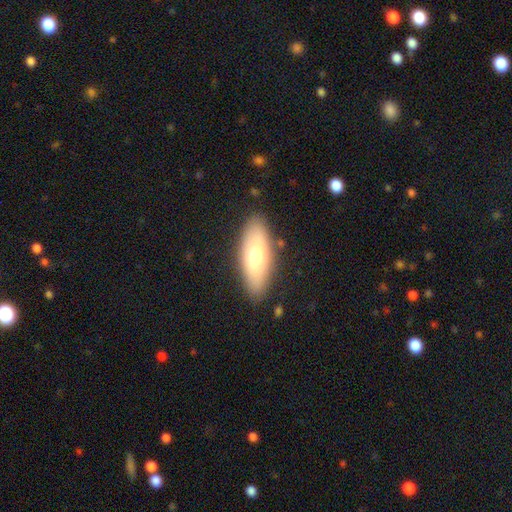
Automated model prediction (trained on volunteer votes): smooth_or_featured: smooth (p=0.67) [alt: featured or disk p=0.27]
how_rounded: in between (p=0.71) [alt: cigar-shaped p=0.27]
merging: none (p=0.87) [alt: minor disturbance p=0.10]